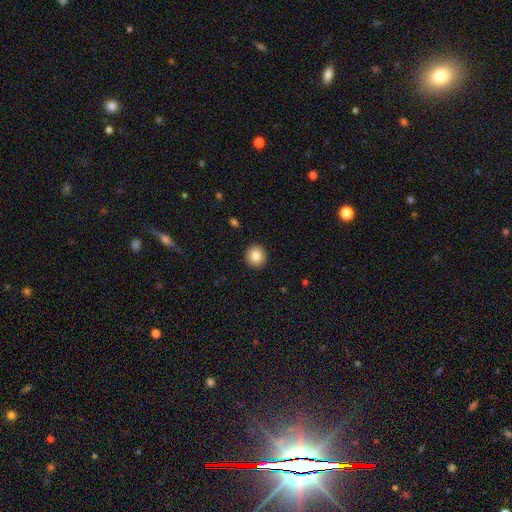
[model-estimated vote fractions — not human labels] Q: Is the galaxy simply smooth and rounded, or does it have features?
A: smooth — 84%.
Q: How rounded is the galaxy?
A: round — 90%.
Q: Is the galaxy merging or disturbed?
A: none — 92%.